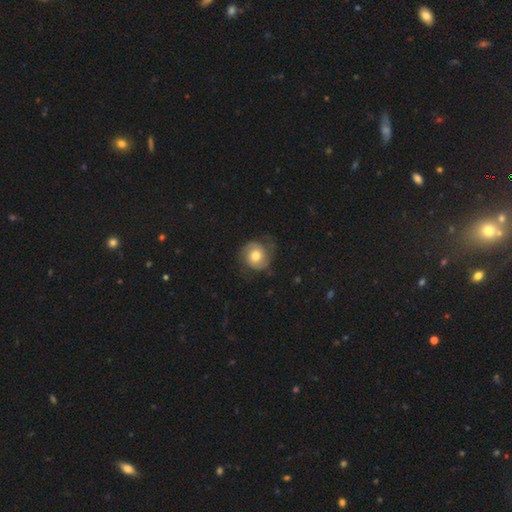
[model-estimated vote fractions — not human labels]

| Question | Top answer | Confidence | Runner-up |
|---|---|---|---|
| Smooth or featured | featured or disk | 47% | smooth (46%) |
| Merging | none | 64% | minor disturbance (23%) |